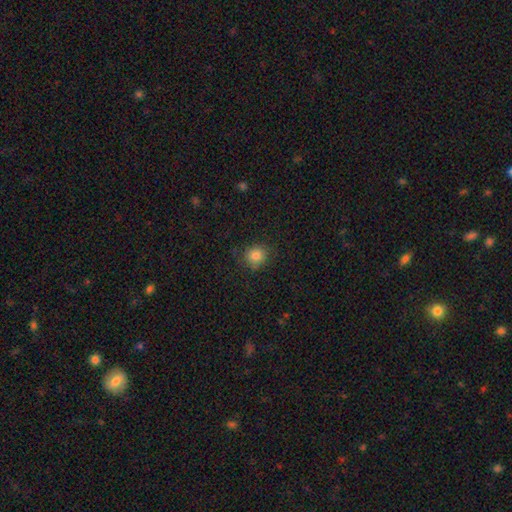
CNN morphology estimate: smooth_or_featured: smooth (p=0.84) [alt: star or artifact p=0.11]
how_rounded: round (p=0.86) [alt: in between p=0.13]
merging: none (p=0.82) [alt: minor disturbance p=0.13]